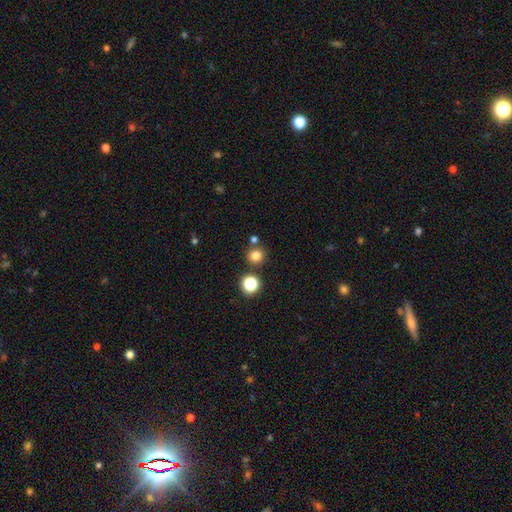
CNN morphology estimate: Q: Smooth or featured?
A: smooth (79%); runner-up: star or artifact (16%)
Q: How rounded?
A: round (91%); runner-up: in between (8%)
Q: Merging?
A: none (80%); runner-up: merger (10%)